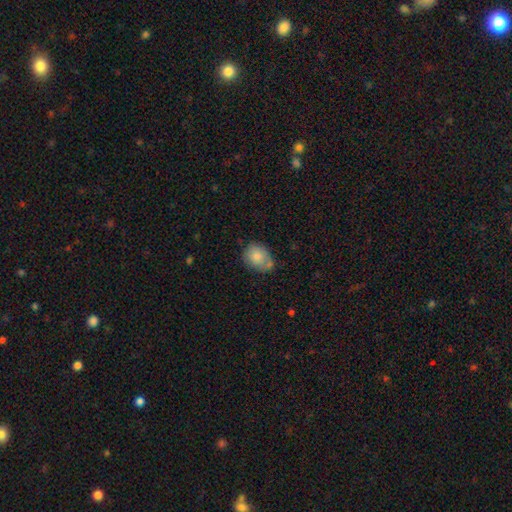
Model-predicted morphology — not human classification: Q: Smooth or featured?
A: smooth (77%); runner-up: featured or disk (15%)
Q: How rounded?
A: in between (51%); runner-up: round (48%)
Q: Merging?
A: none (58%); runner-up: minor disturbance (24%)